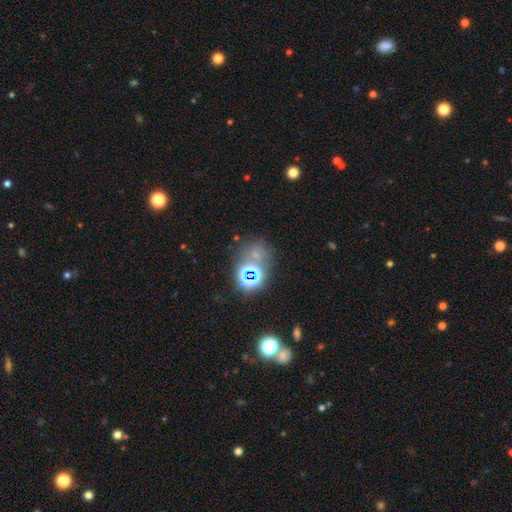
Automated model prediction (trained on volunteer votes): Morphology: type=star or artifact (52%).